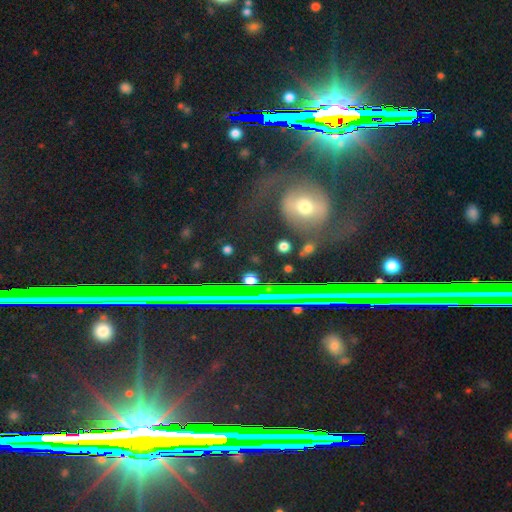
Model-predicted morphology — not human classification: Smooth or featured? featured or disk (42%)
Merging? none (75%)